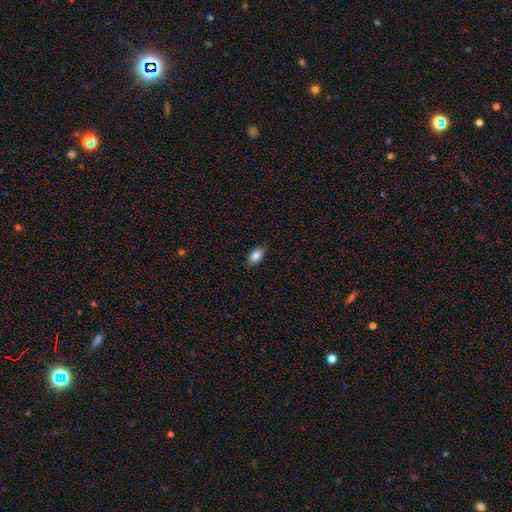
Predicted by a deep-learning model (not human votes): The model was most divided on "smooth or featured": smooth: 82%, featured or disk: 10%, star or artifact: 8%. More confident: how rounded — in between (90%); merging — none (86%).